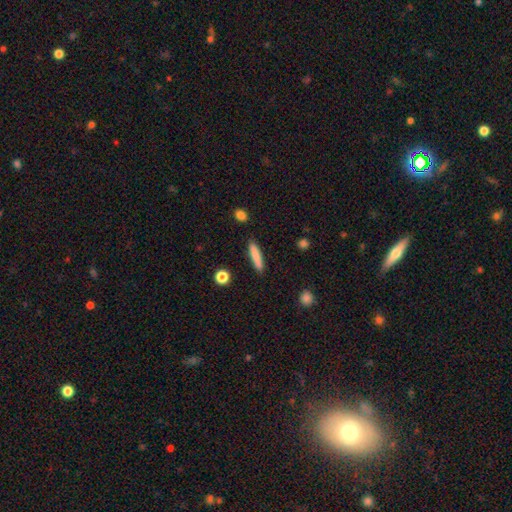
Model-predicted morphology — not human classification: Overall: smooth (82%). How rounded: cigar-shaped (89%). Merging: none (87%).